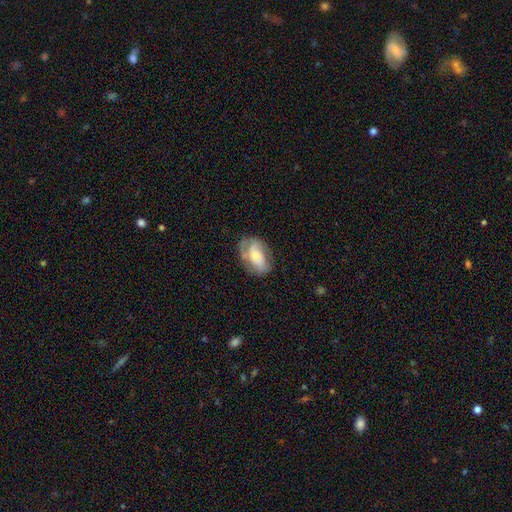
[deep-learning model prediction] Q: Smooth or featured?
A: featured or disk (49%); runner-up: smooth (44%)
Q: Merging?
A: none (56%); runner-up: minor disturbance (27%)